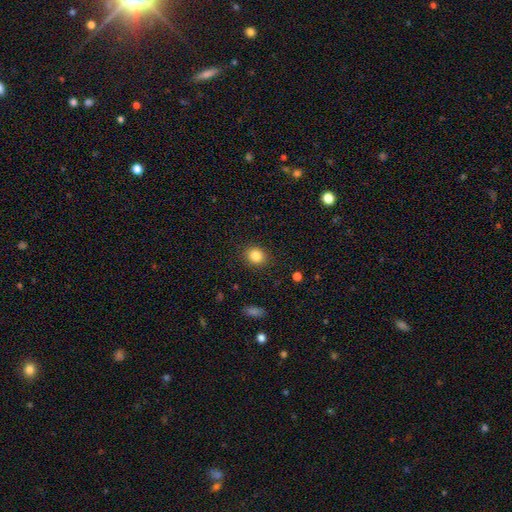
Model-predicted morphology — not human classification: Smooth or featured?
  - smooth: 84% *
  - star or artifact: 10%
  - featured or disk: 5%
How rounded?
  - round: 71% *
  - in between: 28%
  - cigar-shaped: 1%
Merging?
  - none: 89% *
  - minor disturbance: 7%
  - major disturbance: 2%
  - merger: 1%